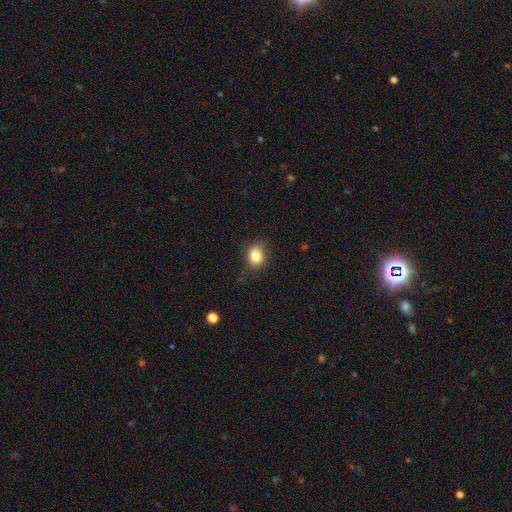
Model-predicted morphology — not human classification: A smooth galaxy with no disk features (85%) that is in between round and cigar-shaped (55%).

Vote fractions:
- Smooth or featured? smooth: 85% / star or artifact: 10% / featured or disk: 5%
- How rounded? in between: 55% / round: 44% / cigar-shaped: 1%
- Merging? none: 84% / minor disturbance: 12% / major disturbance: 3% / merger: 1%